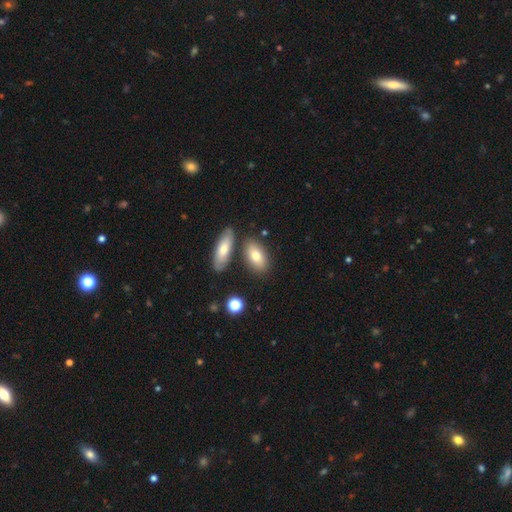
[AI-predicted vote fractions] A smooth galaxy with no disk features (75%) that is in between round and cigar-shaped (85%). Merging: none (72%).